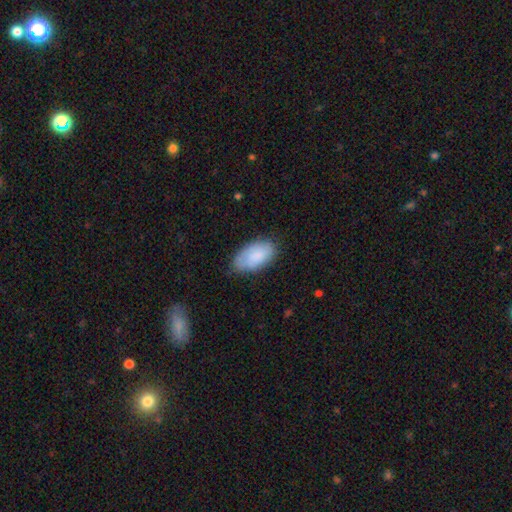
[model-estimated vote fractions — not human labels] Overall: smooth (82%). How rounded: in between (95%). Merging: none (70%).